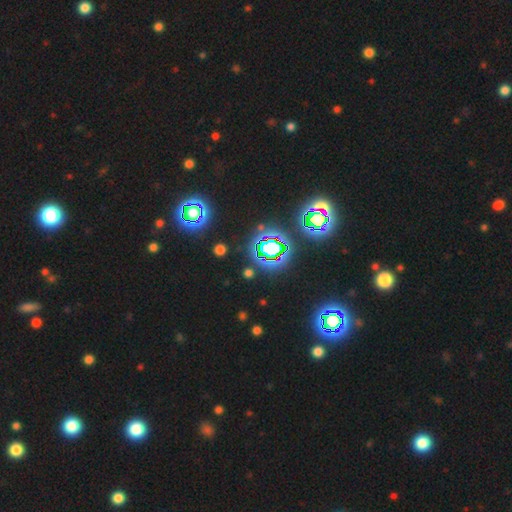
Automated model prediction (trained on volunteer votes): A star or artifact, not a galaxy (80%).

Vote fractions:
- Smooth or featured? star or artifact: 80% / smooth: 13% / featured or disk: 7%